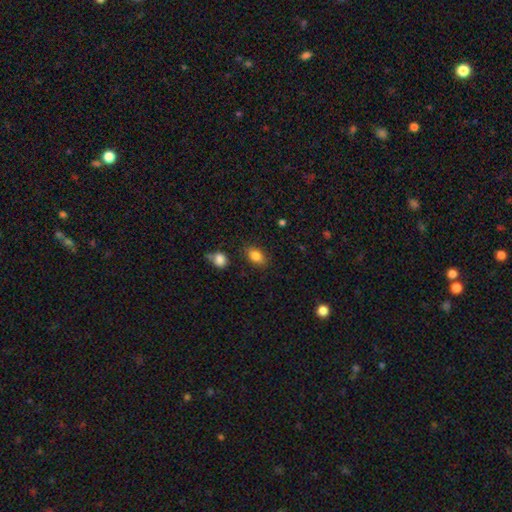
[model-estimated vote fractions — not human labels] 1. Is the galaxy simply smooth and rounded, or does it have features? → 85% smooth, 9% star or artifact, 6% featured or disk.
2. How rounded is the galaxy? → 84% in between, 15% round, 2% cigar-shaped.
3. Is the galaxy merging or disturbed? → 81% none, 12% minor disturbance, 3% major disturbance, 3% merger.